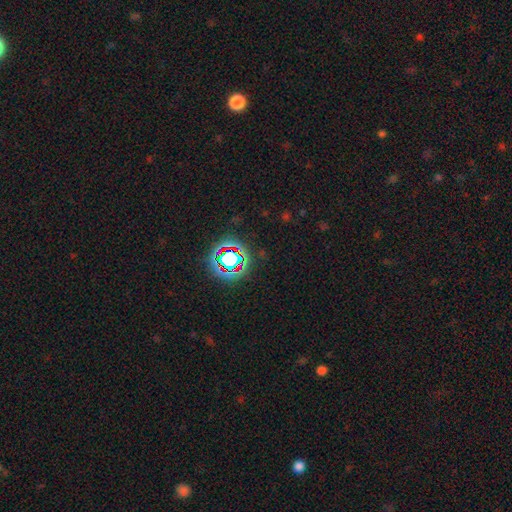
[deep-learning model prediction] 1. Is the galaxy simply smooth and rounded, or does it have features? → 78% star or artifact, 13% smooth, 9% featured or disk.